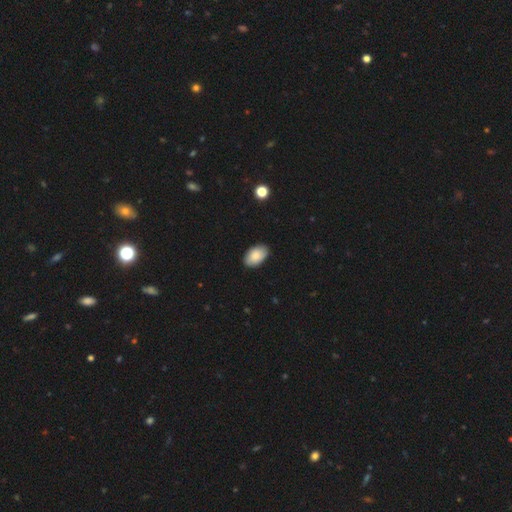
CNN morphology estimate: smooth_or_featured: smooth (p=0.83) [alt: featured or disk p=0.10]
how_rounded: in between (p=0.94) [alt: round p=0.05]
merging: none (p=0.87) [alt: minor disturbance p=0.10]